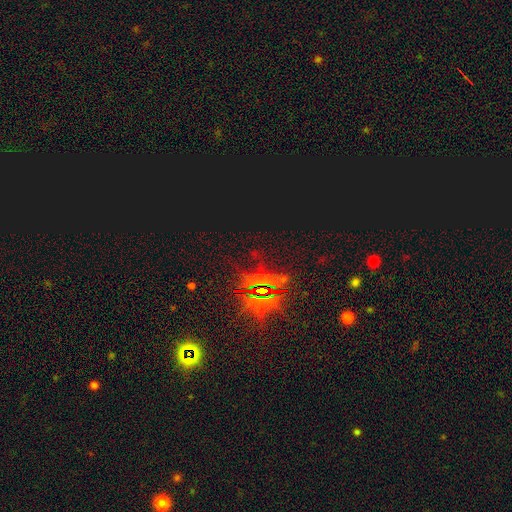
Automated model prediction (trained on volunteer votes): Smooth or featured? Predicted: star or artifact (p=0.85).